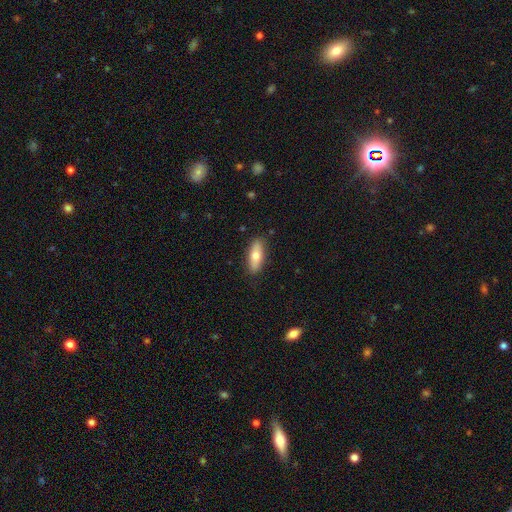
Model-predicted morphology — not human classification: type=smooth (70%); roundness=in between (67%); merging=none (86%).